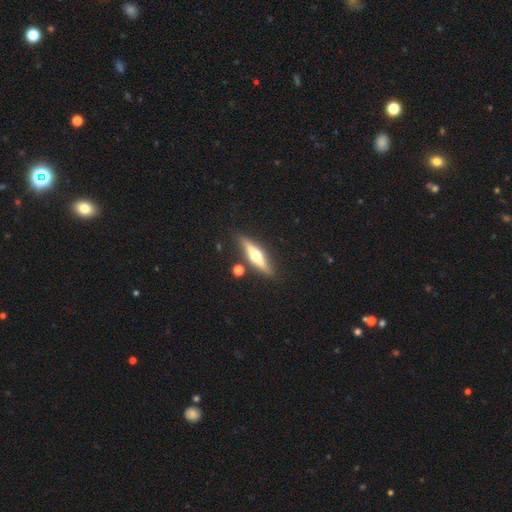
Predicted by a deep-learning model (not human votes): Smooth or featured: featured or disk — 62% (smooth — 33%)
Edge-on disk: yes — 94% (no — 6%)
Edge-on bulge: rounded — 95% (none — 3%)
Merging: none — 83% (minor disturbance — 10%)